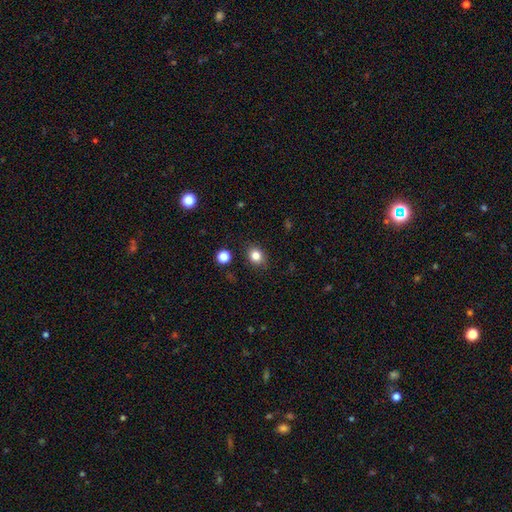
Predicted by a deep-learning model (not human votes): Smooth or featured?
  - smooth: 82% *
  - star or artifact: 11%
  - featured or disk: 6%
How rounded?
  - round: 60% *
  - in between: 39%
  - cigar-shaped: 1%
Merging?
  - none: 87% *
  - minor disturbance: 9%
  - major disturbance: 2%
  - merger: 2%